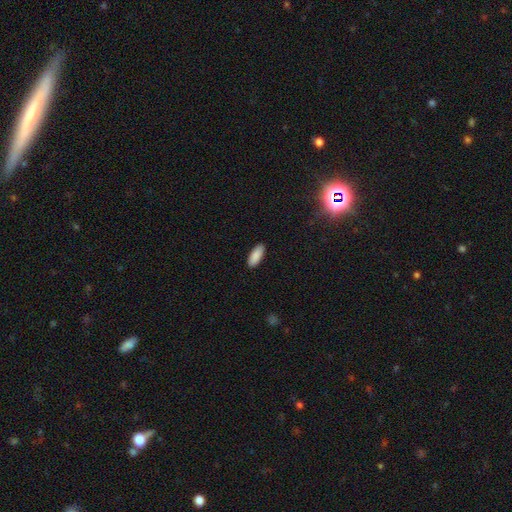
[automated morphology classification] type=smooth (89%); roundness=in between (79%); merging=none (90%).